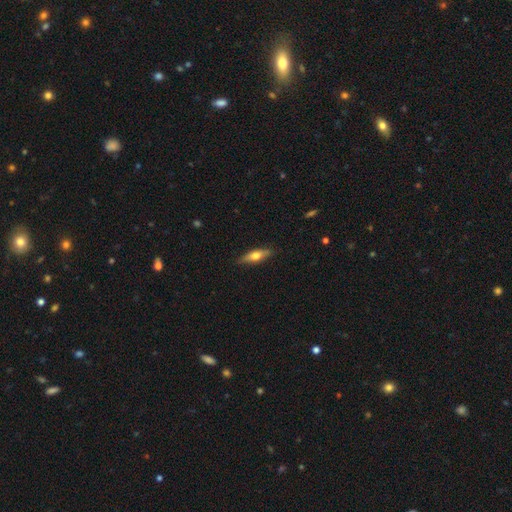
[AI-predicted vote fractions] This appears to be a smooth galaxy with no disk features (48%). Merging: none (86%).